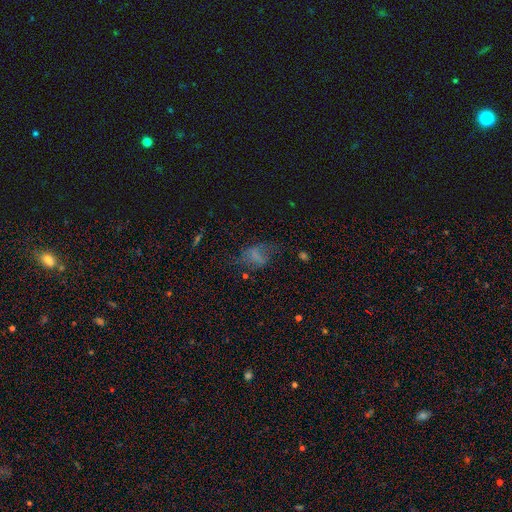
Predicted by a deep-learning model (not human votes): This is possibly a smooth galaxy (49%). Merging: marginally none (43%).